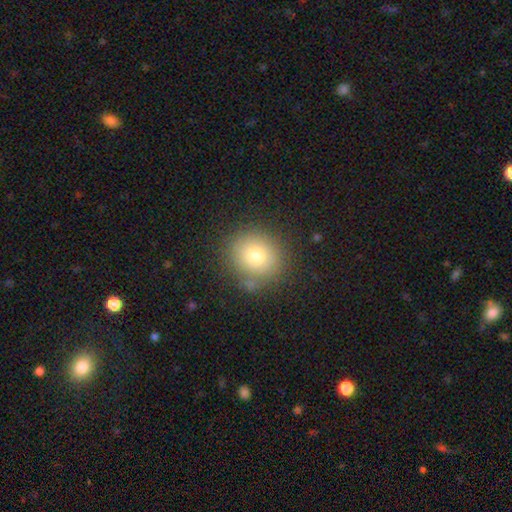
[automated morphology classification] Smooth or featured? smooth (75%)
How rounded? round (82%)
Merging? none (82%)